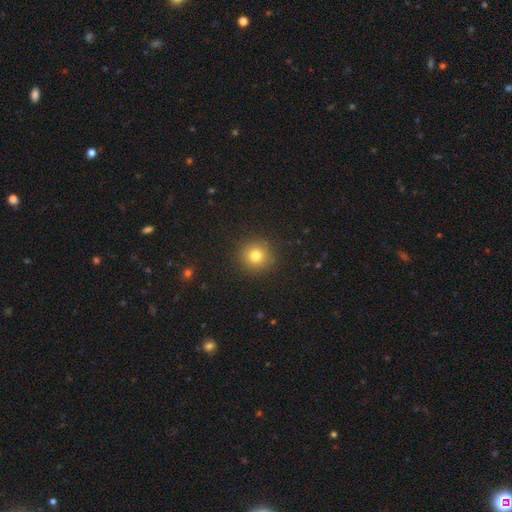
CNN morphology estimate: A smooth galaxy with no disk features (77%) that is round (94%). Merging: none (91%).